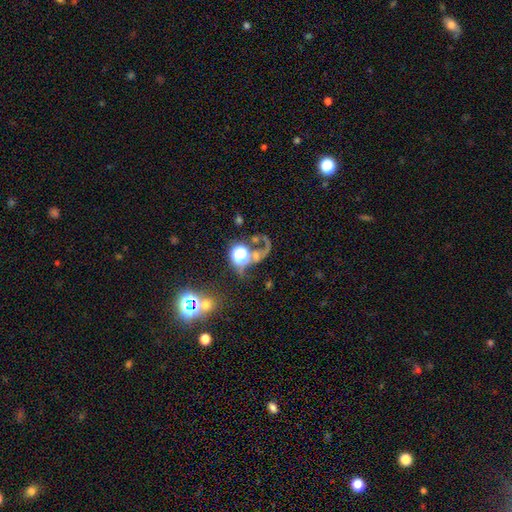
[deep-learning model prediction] The model was most divided on "merging": major disturbance: 35%, none: 31%, merger: 23%, minor disturbance: 11%. Remaining: smooth or featured — featured or disk (40%).